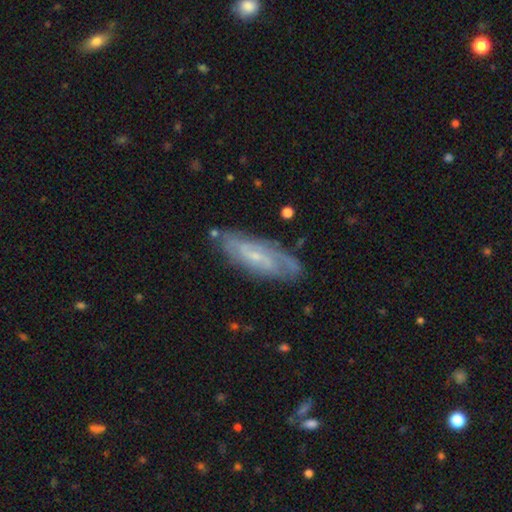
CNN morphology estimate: Smooth or featured? Predicted: featured or disk (p=0.71). Edge-on disk? Predicted: no (p=0.82). Bar? Predicted: no (p=0.49). Spiral arms? Predicted: yes (p=0.85). Bulge size? Predicted: small (p=0.75). Merging? Predicted: none (p=0.74).